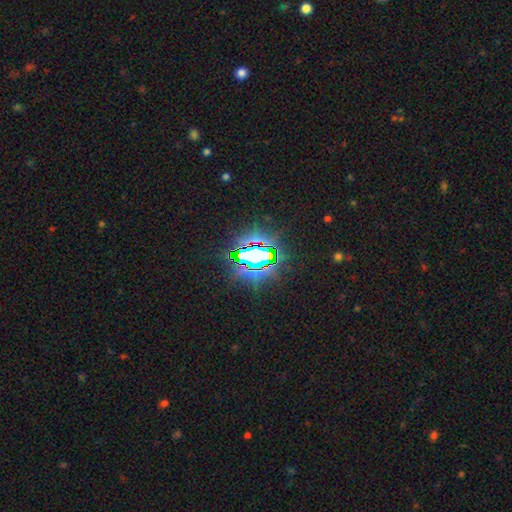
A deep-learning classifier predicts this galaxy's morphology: Smooth or featured? star or artifact (76%)